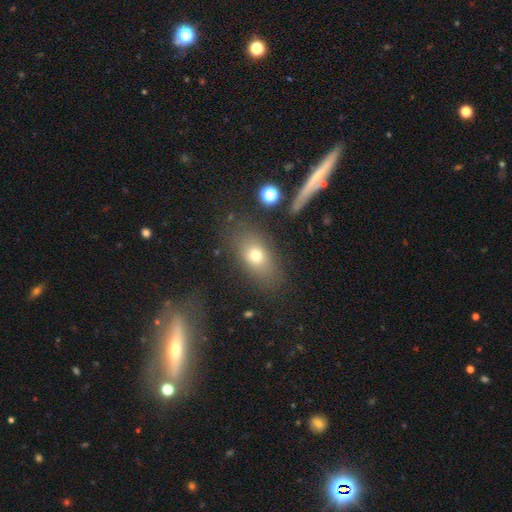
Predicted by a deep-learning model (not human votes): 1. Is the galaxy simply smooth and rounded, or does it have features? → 71% smooth, 16% featured or disk, 14% star or artifact.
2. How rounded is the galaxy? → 76% in between, 19% round, 5% cigar-shaped.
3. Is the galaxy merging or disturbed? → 79% none, 12% minor disturbance, 6% major disturbance, 3% merger.